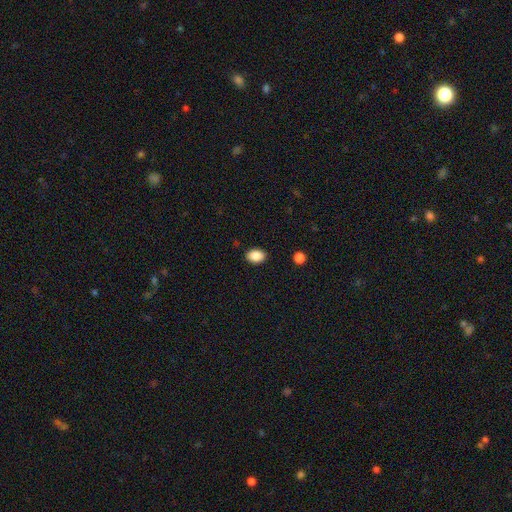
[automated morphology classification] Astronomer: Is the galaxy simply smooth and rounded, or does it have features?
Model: smooth — 87%.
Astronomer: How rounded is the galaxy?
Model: in between — 80%.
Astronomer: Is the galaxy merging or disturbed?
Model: none — 89%.